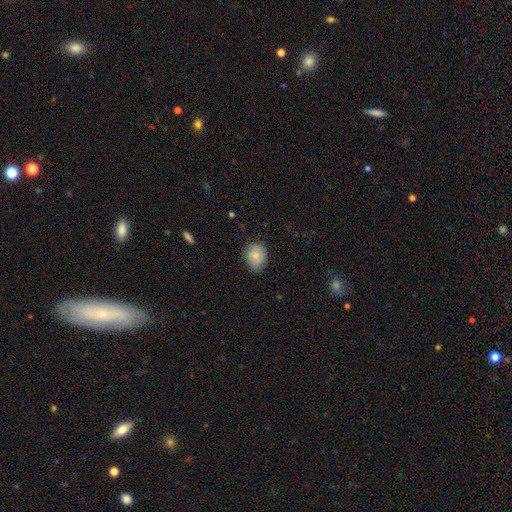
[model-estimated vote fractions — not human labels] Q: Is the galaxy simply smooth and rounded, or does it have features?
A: smooth — 75%.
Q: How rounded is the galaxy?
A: round — 60%.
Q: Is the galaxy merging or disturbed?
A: none — 77%.